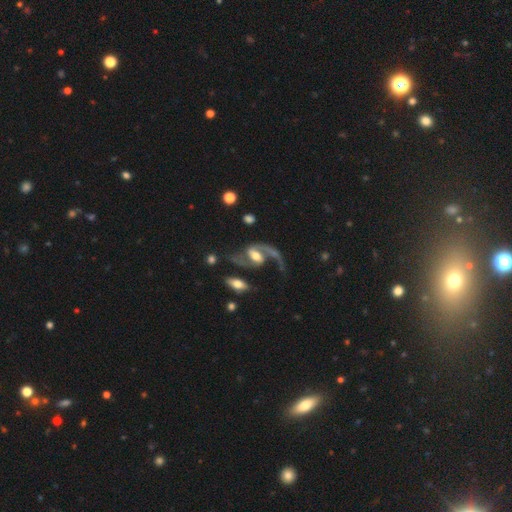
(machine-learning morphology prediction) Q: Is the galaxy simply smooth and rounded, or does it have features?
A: featured or disk — 89%.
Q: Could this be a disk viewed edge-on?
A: no — 97%.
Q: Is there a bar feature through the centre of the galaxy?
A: weak — 46%.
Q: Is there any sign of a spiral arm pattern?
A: yes — 96%.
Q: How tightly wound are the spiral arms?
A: loose — 57%.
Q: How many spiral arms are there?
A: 2 — 80%.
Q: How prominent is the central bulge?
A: moderate — 62%.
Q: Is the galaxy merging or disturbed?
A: none — 49%.